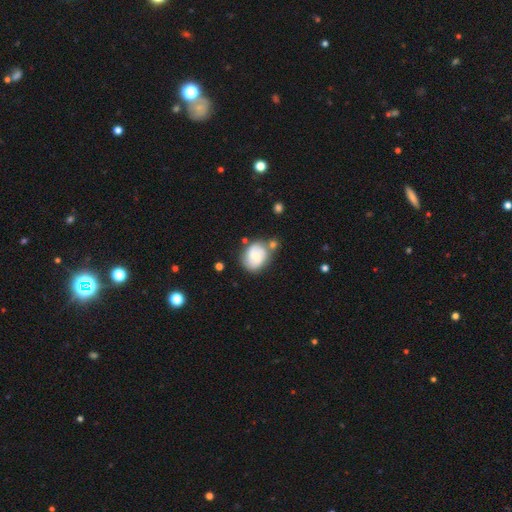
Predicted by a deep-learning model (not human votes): Morphology: type=featured or disk (50%); edge-on=no (97%); merging=none (60%).